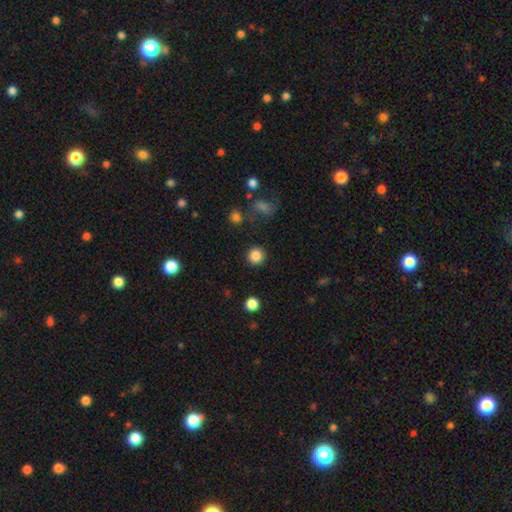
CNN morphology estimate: This appears to be a smooth galaxy with no disk features (85%) that is round (94%). Merging: none (90%).